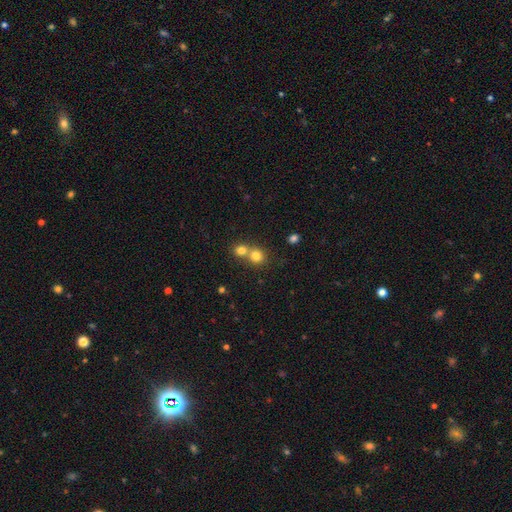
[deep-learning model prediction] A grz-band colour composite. It shows a smooth galaxy with no disk features (78%) that is round (85%). Merging: merger (54%).